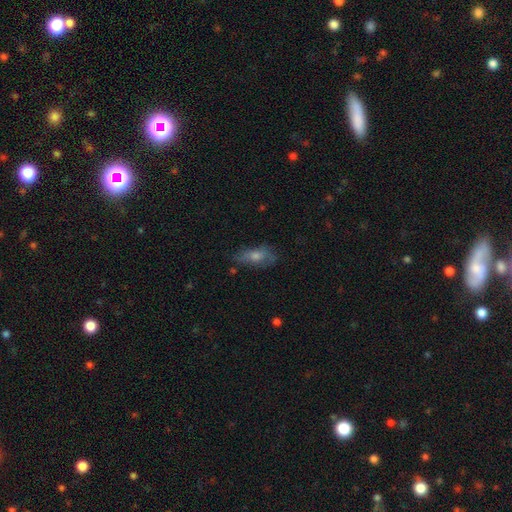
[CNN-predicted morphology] This is possibly a smooth galaxy (48%). Merging: likely none (66%).